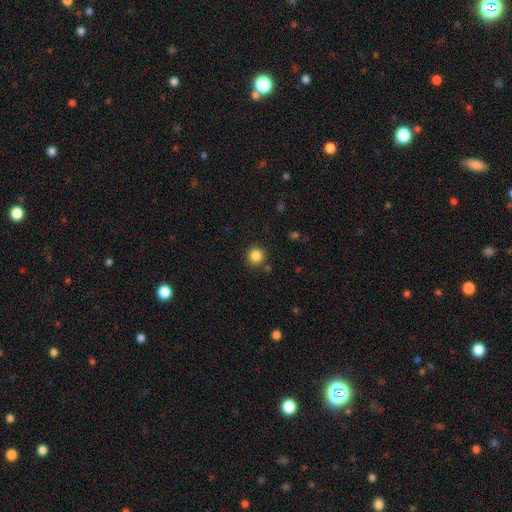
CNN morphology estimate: smooth-or-featured: smooth: 84% | star or artifact: 11% | featured or disk: 4%
  how-rounded: round: 94% | in between: 5% | cigar-shaped: 1%
  merging: none: 88% | minor disturbance: 7% | merger: 3% | major disturbance: 2%